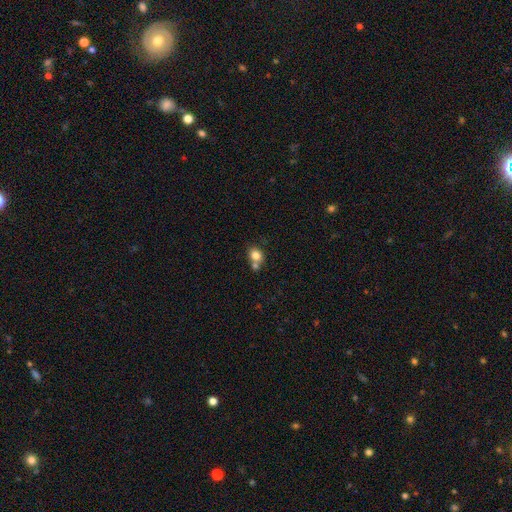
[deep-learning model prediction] This is clearly a smooth galaxy (80%). How rounded: possibly round (58%). Merging: possibly none (47%).